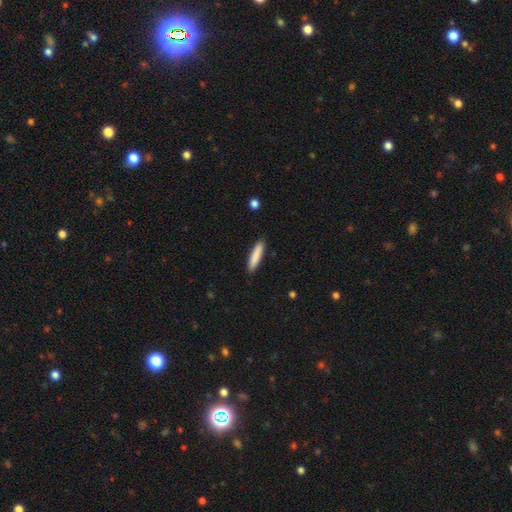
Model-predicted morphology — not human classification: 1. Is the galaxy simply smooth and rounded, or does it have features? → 86% smooth, 9% featured or disk, 6% star or artifact.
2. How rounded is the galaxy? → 85% cigar-shaped, 14% in between, 1% round.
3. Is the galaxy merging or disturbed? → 90% none, 7% minor disturbance, 2% major disturbance, 1% merger.